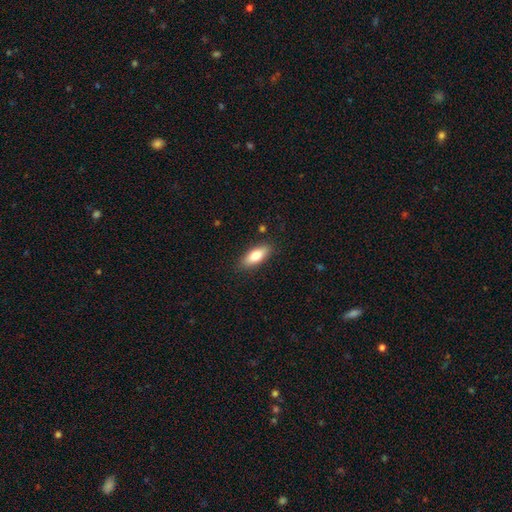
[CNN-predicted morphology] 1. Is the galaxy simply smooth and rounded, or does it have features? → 76% smooth, 18% featured or disk, 6% star or artifact.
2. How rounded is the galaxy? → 75% in between, 22% cigar-shaped, 3% round.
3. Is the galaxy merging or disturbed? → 86% none, 10% minor disturbance, 2% major disturbance, 1% merger.